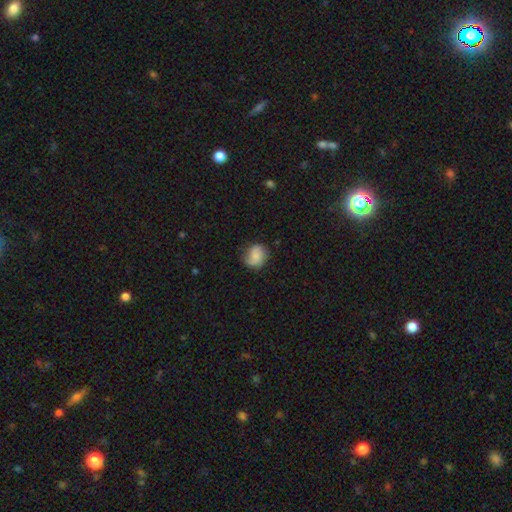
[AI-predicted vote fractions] This appears to be a smooth galaxy with no disk features (66%) that is round (72%). Merging: none (68%).